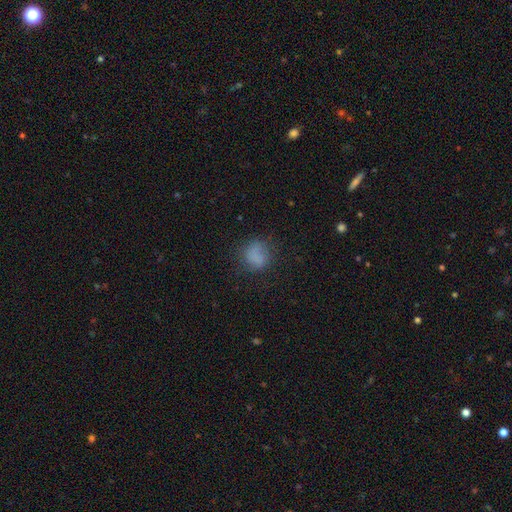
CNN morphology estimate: A smooth galaxy with no disk features (76%) that is round (69%).

Vote fractions:
- Smooth or featured? smooth: 76% / star or artifact: 13% / featured or disk: 11%
- How rounded? round: 69% / in between: 30% / cigar-shaped: 1%
- Merging? none: 63% / minor disturbance: 22% / major disturbance: 12% / merger: 2%